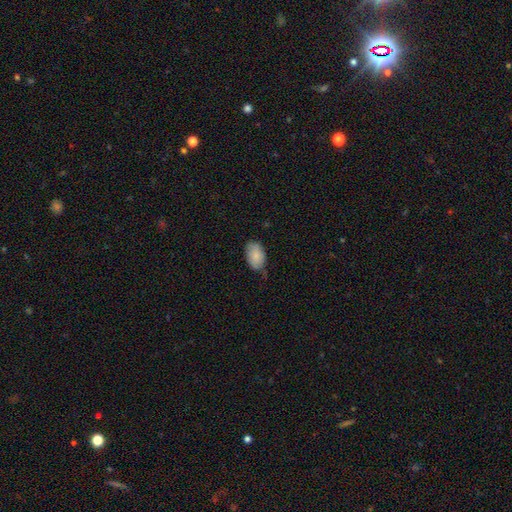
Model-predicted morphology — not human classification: The model was most divided on "merging": none: 64%, minor disturbance: 30%, major disturbance: 5%, merger: 2%. More confident: how rounded — in between (91%); smooth or featured — smooth (83%).